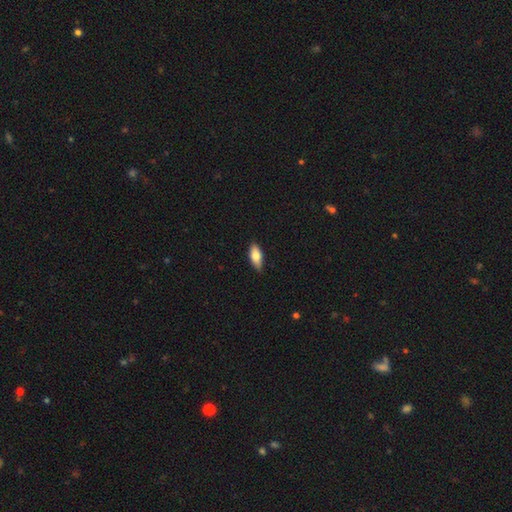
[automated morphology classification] This is likely a smooth galaxy (74%). How rounded: clearly in between (80%). Merging: clearly none (86%).